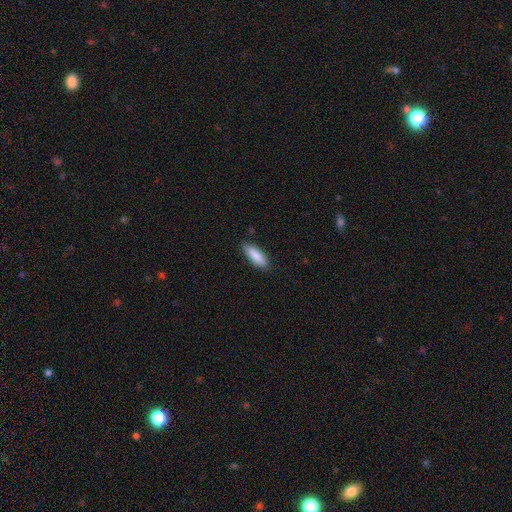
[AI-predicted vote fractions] A smooth galaxy with no disk features (87%) that is cigar-shaped (50%). Merging: none (84%).